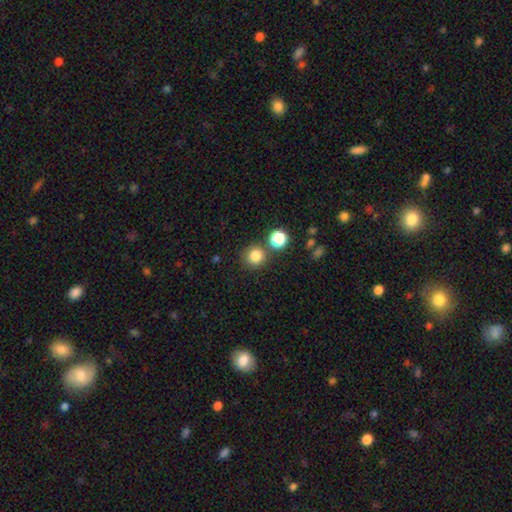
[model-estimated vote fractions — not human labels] Smooth or featured? smooth (82%)
How rounded? round (92%)
Merging? none (77%)